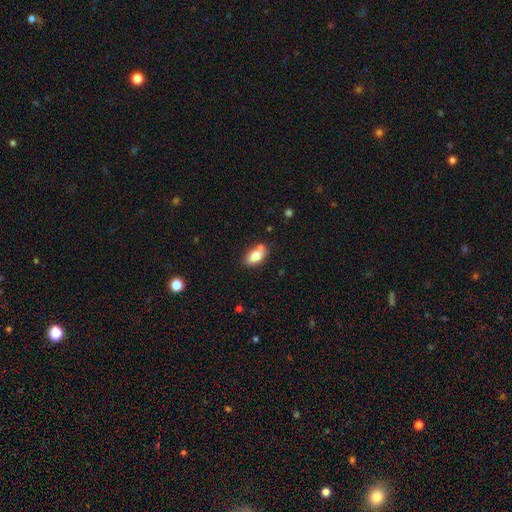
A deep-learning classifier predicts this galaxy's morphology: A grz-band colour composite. It shows a smooth galaxy with no disk features (80%) that is in between round and cigar-shaped (91%). Merging: none (66%).